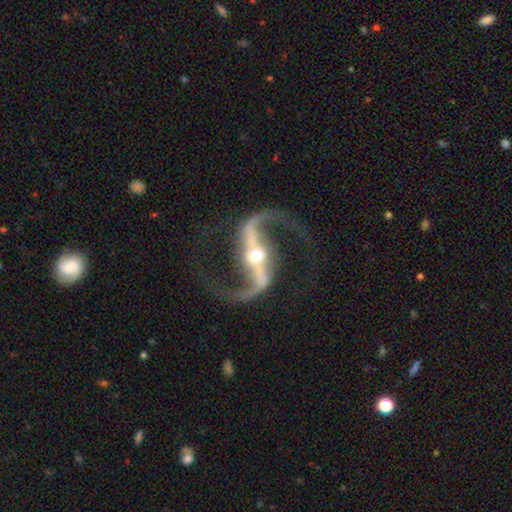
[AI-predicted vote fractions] Smooth or featured: featured or disk — 94% (star or artifact — 4%)
Edge-on disk: no — 96% (yes — 4%)
Bar: strong — 68% (weak — 21%)
Spiral arms: yes — 98% (no — 2%)
Spiral winding: loose — 57% (medium — 37%)
Spiral arm count: 2 — 95% (1 — 1%)
Bulge size: moderate — 61% (small — 29%)
Merging: none — 81% (minor disturbance — 10%)